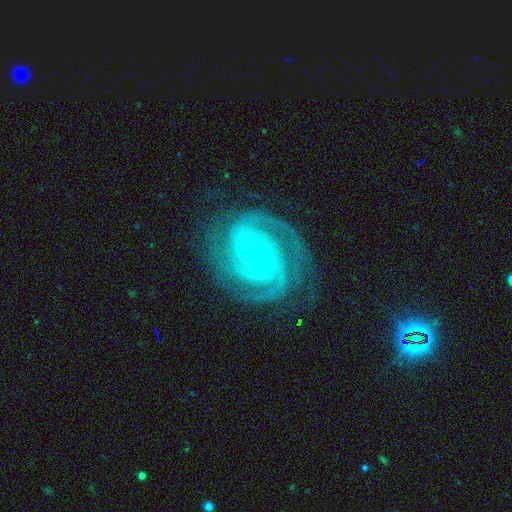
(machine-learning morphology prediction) The model was most divided on "spiral arm count": 3: 33%, 2: 25%, 4: 18%, can't tell: 10%, more than 4: 7%, 1: 6%. More confident: spiral arms — yes (99%); edge-on disk — no (98%); smooth or featured — featured or disk (92%); bulge size — small (86%); merging — none (76%); spiral winding — tight (70%); bar — no (64%).